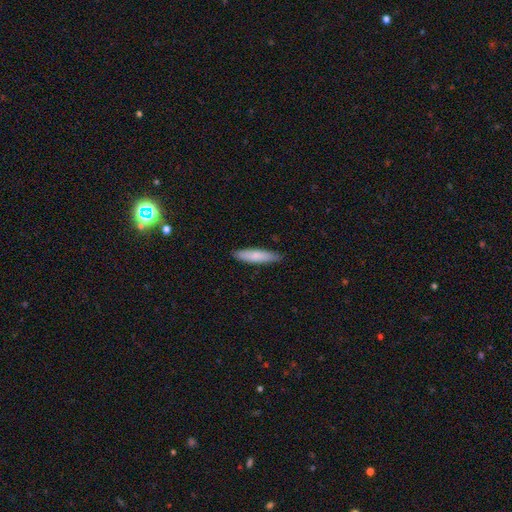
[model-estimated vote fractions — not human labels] smooth 78%, featured or disk 16%, star or artifact 5%. Down the decision tree: how rounded — cigar-shaped (78%); merging — none (86%).